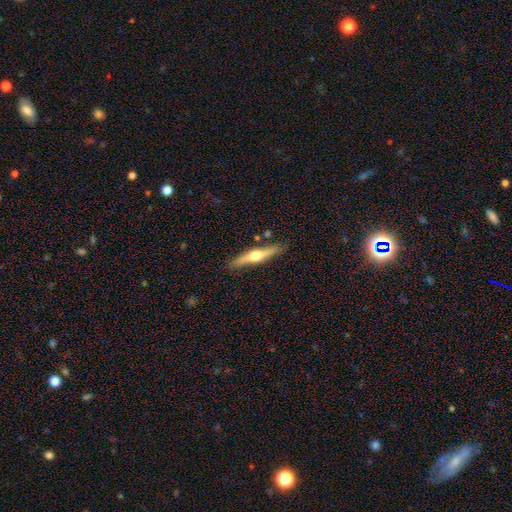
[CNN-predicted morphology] type=featured or disk (62%); edge-on=yes (96%); edge-on bulge=rounded (93%); merging=none (85%).